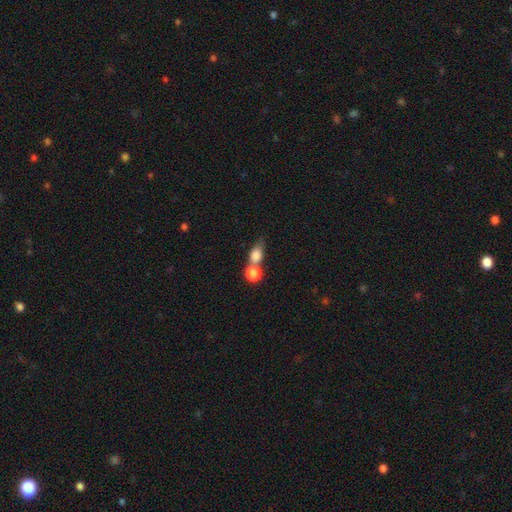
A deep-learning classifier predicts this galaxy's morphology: This appears to be a smooth galaxy with no disk features (77%) that is in between round and cigar-shaped (54%). Merging: merger (49%).